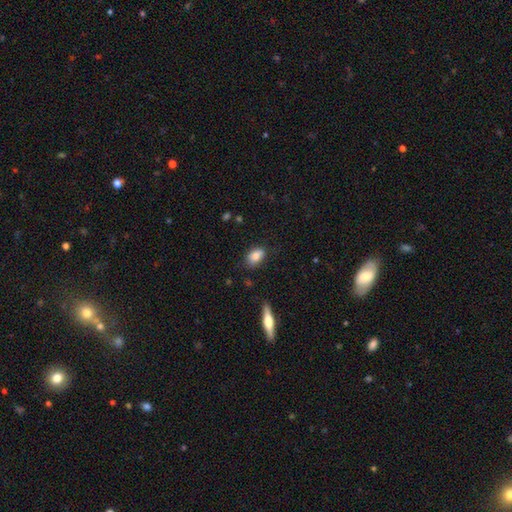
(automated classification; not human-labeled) smooth 83%, featured or disk 9%, star or artifact 8%. Down the decision tree: how rounded — in between (86%); merging — none (77%).